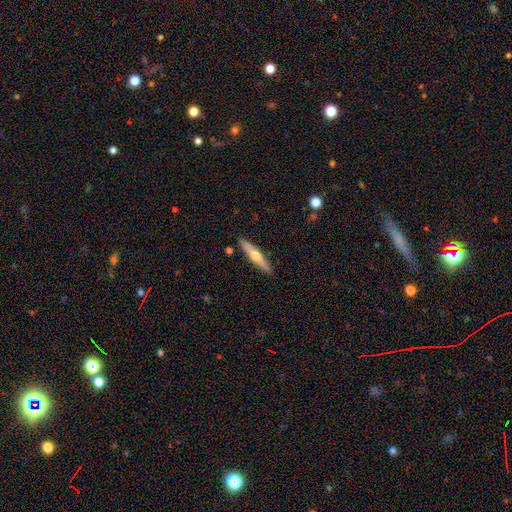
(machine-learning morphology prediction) Q: Smooth or featured?
A: featured or disk (47%); tied with: smooth (47%)
Q: Merging?
A: none (89%); runner-up: minor disturbance (8%)